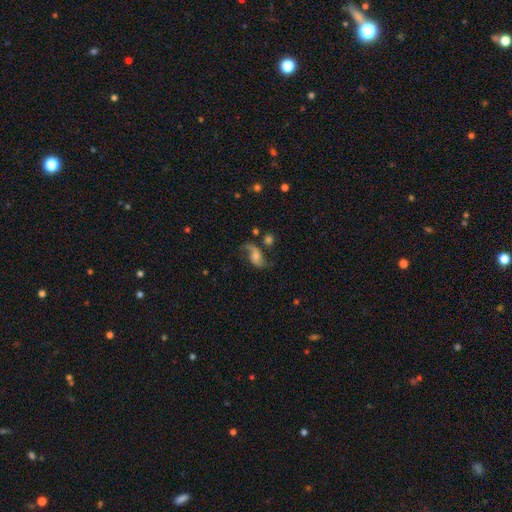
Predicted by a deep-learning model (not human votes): featured or disk 79%, smooth 12%, star or artifact 8%. Down the decision tree: edge-on disk — no (96%); bar — no (56%); spiral arms — yes (95%); spiral arm count — 2 (91%); spiral winding — loose (78%); bulge size — moderate (46%); merging — none (67%).